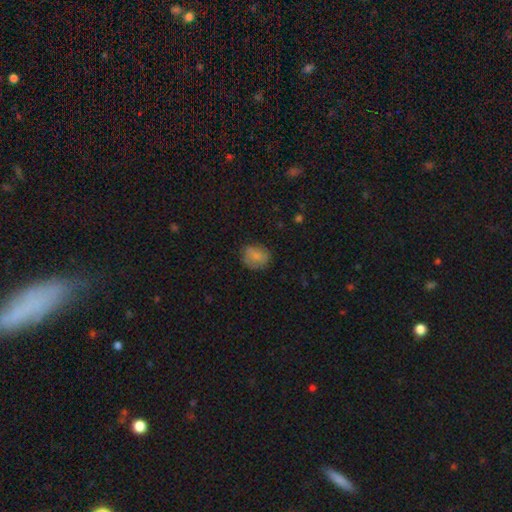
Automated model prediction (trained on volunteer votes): Smooth or featured: smooth — 79% (featured or disk — 12%)
How rounded: round — 62% (in between — 37%)
Merging: none — 72% (minor disturbance — 21%)